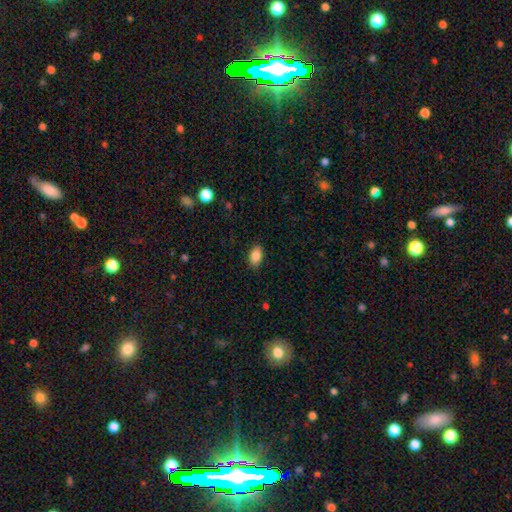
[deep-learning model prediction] This appears to be a smooth galaxy with no disk features (87%) that is in between round and cigar-shaped (90%). Merging: none (86%).